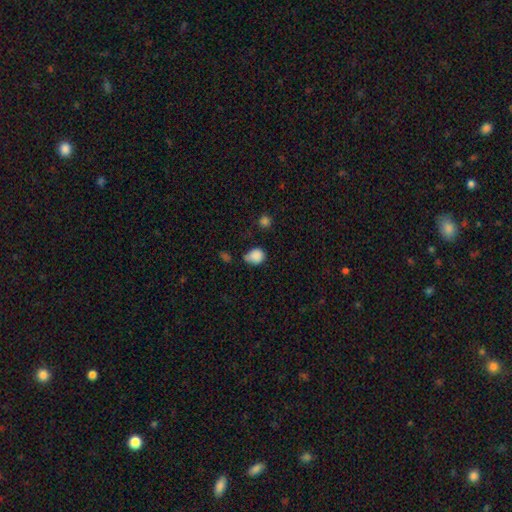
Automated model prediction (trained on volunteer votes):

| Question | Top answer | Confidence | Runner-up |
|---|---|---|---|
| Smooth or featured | smooth | 85% | star or artifact (10%) |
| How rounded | round | 59% | in between (40%) |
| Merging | none | 46% | minor disturbance (35%) |